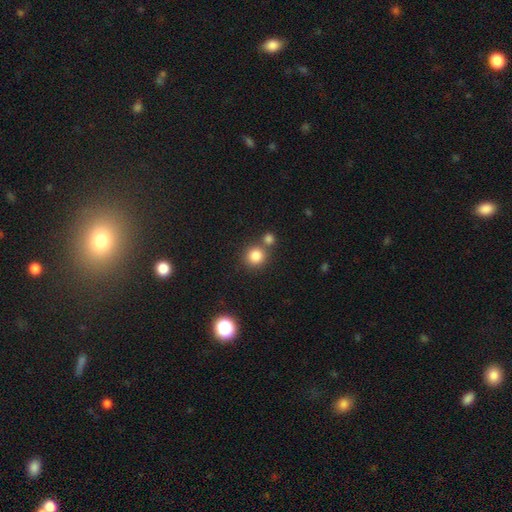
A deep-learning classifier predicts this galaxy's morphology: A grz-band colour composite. It shows a smooth galaxy with no disk features (83%) that is round (90%). Merging: none (66%).